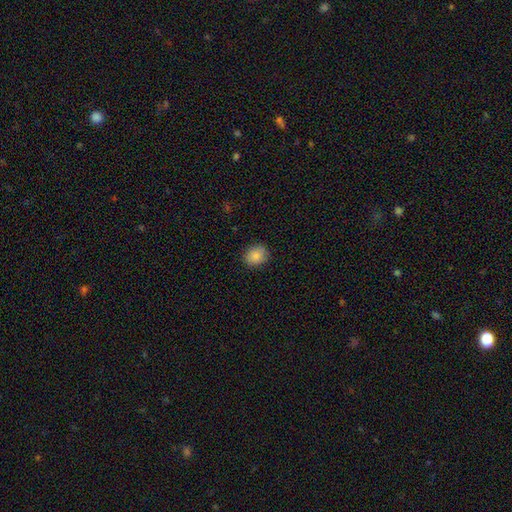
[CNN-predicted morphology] smooth_or_featured: smooth (p=0.86) [alt: star or artifact p=0.08]
how_rounded: round (p=0.59) [alt: in between p=0.40]
merging: none (p=0.87) [alt: minor disturbance p=0.10]